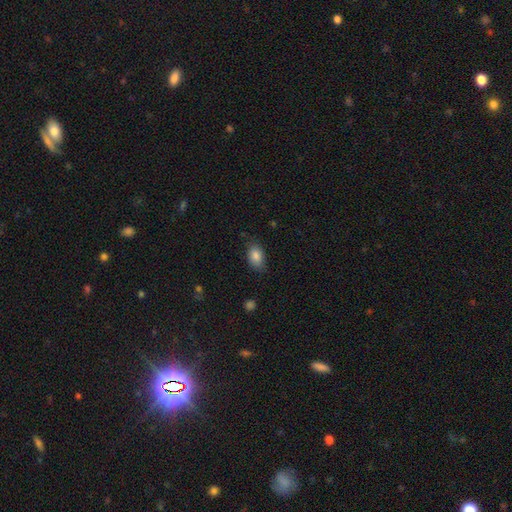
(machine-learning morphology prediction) A smooth galaxy with no disk features (85%) that is in between round and cigar-shaped (87%). Merging: none (76%).